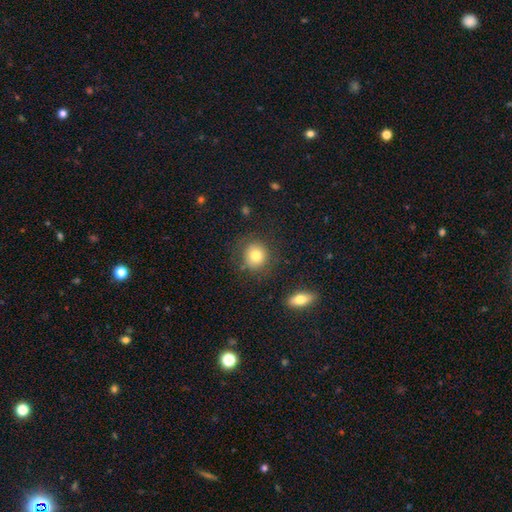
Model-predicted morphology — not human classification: The model was most divided on "merging": none: 80%, minor disturbance: 12%, major disturbance: 5%, merger: 3%. More confident: how rounded — round (84%); smooth or featured — smooth (80%).